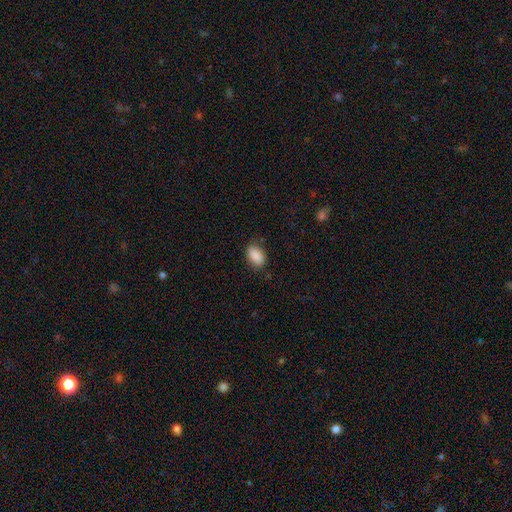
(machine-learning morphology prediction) Q: Smooth or featured?
A: smooth (89%); runner-up: star or artifact (7%)
Q: How rounded?
A: in between (90%); runner-up: round (8%)
Q: Merging?
A: none (83%); runner-up: minor disturbance (13%)